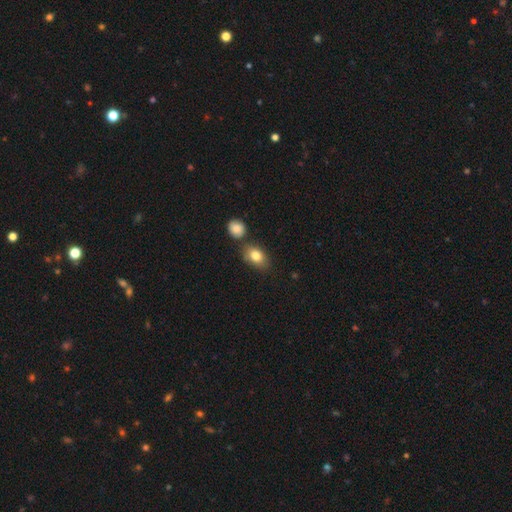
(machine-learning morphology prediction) smooth_or_featured: smooth (p=0.81) [alt: featured or disk p=0.11]
how_rounded: in between (p=0.81) [alt: round p=0.17]
merging: none (p=0.64) [alt: minor disturbance p=0.17]